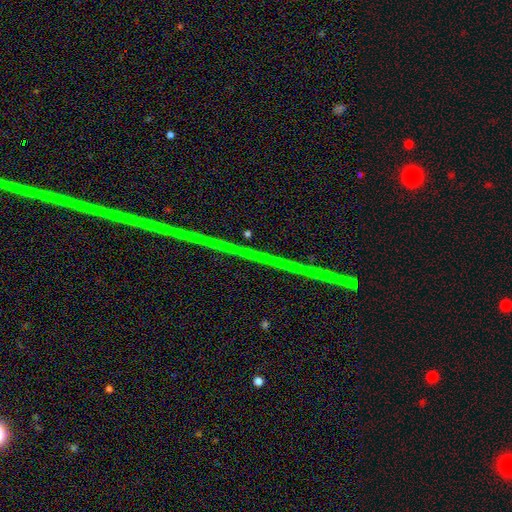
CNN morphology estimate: Smooth or featured? Predicted: star or artifact (p=0.82).